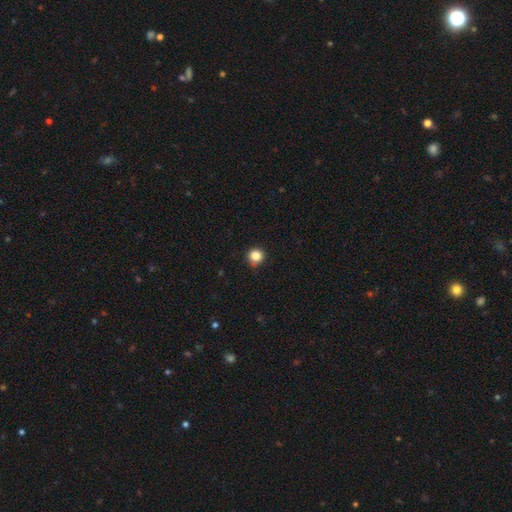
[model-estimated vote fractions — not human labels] This appears to be a smooth galaxy with no disk features (85%) that is round (94%). Merging: none (87%).